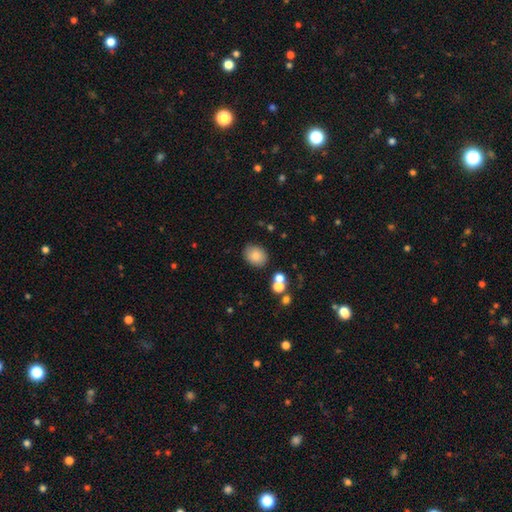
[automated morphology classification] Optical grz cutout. It shows a smooth galaxy with no disk features (82%) that is in between round and cigar-shaped (54%). Merging: none (82%).